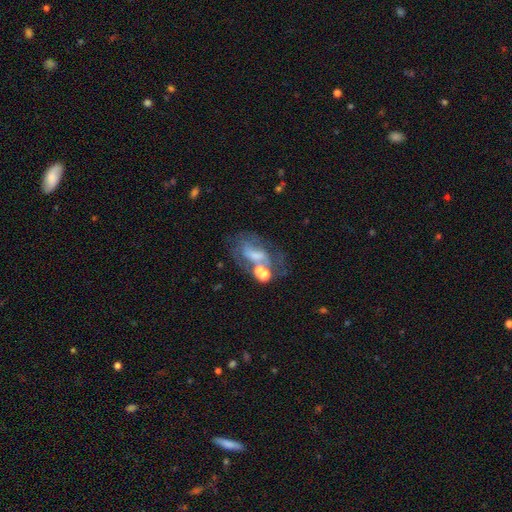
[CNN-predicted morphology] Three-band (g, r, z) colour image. It shows a featured or disk galaxy (56%) with no bar (47%), no spiral arms (51%) and a small central bulge (33%). Merging: none (33%).